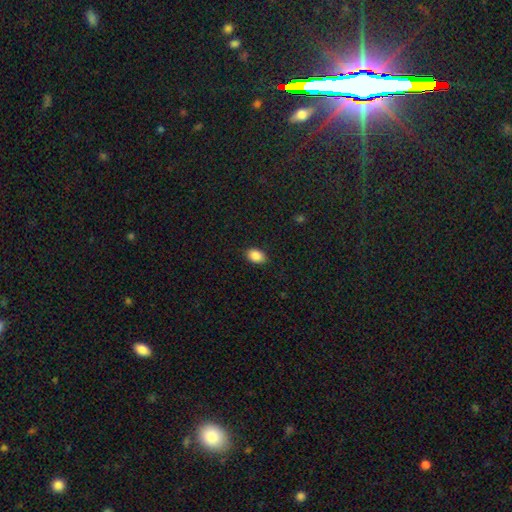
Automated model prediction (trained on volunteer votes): Overall: smooth (87%). How rounded: in between (86%). Merging: none (88%).